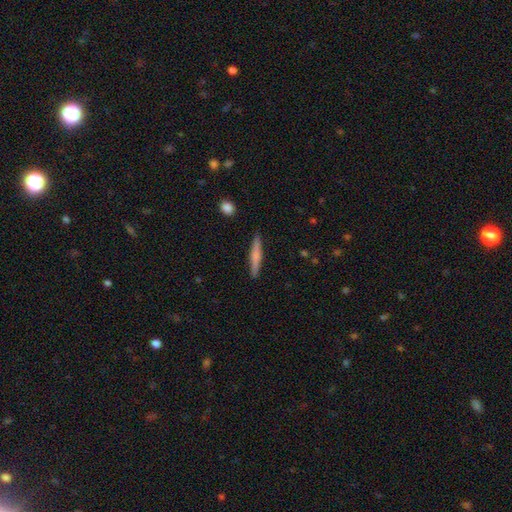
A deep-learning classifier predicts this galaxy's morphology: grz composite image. It shows a smooth galaxy with no disk features (58%) that is cigar-shaped (94%). Merging: none (90%).